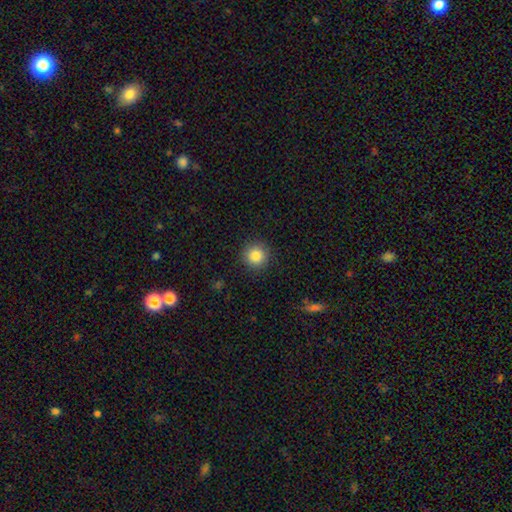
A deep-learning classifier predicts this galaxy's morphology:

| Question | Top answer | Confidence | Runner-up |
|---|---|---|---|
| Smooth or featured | smooth | 85% | star or artifact (10%) |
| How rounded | round | 94% | in between (5%) |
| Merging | none | 91% | minor disturbance (6%) |